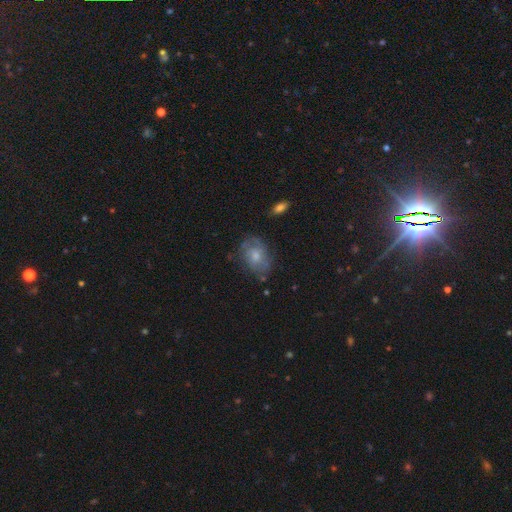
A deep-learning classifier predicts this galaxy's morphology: Smooth or featured? featured or disk (49%)
Merging? none (64%)